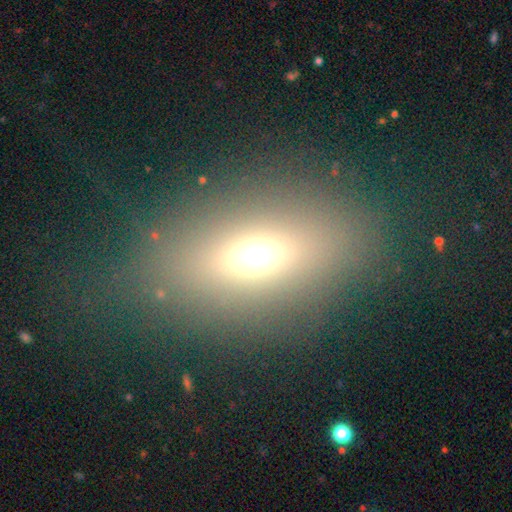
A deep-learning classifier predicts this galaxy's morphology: Smooth or featured? smooth (57%)
How rounded? in between (77%)
Merging? none (82%)